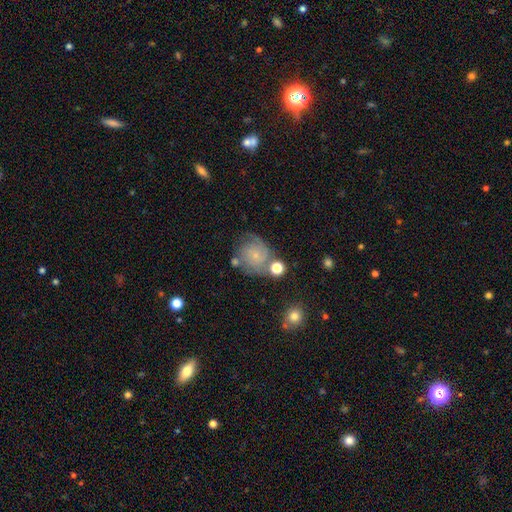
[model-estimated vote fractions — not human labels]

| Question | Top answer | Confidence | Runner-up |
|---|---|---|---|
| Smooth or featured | featured or disk | 66% | smooth (25%) |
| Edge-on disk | no | 98% | yes (2%) |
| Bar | no | 76% | weak (21%) |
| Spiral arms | yes | 91% | no (9%) |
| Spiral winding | tight | 54% | medium (34%) |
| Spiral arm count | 2 | 43% | can't tell (27%) |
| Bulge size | small | 78% | moderate (12%) |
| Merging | none | 58% | minor disturbance (21%) |